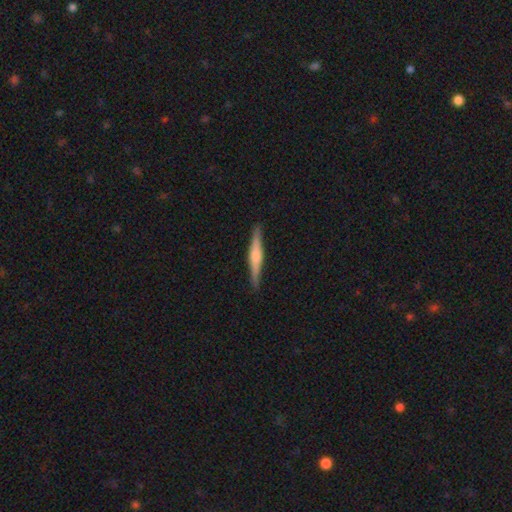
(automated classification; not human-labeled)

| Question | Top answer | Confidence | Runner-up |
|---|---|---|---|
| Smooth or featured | featured or disk | 60% | smooth (34%) |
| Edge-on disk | yes | 98% | no (2%) |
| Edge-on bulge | rounded | 71% | boxy (17%) |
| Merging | none | 90% | minor disturbance (7%) |